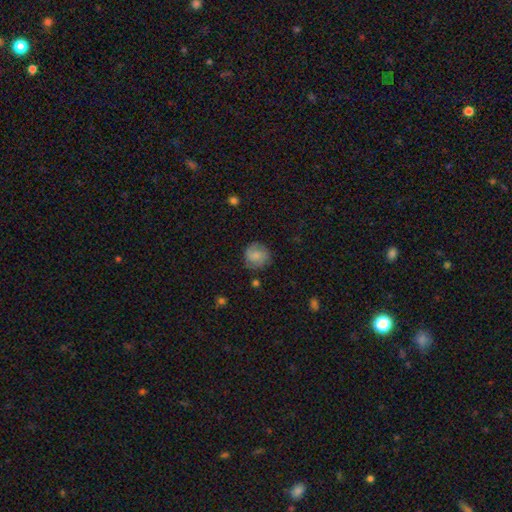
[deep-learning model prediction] Smooth or featured? smooth (63%)
How rounded? round (88%)
Merging? none (77%)